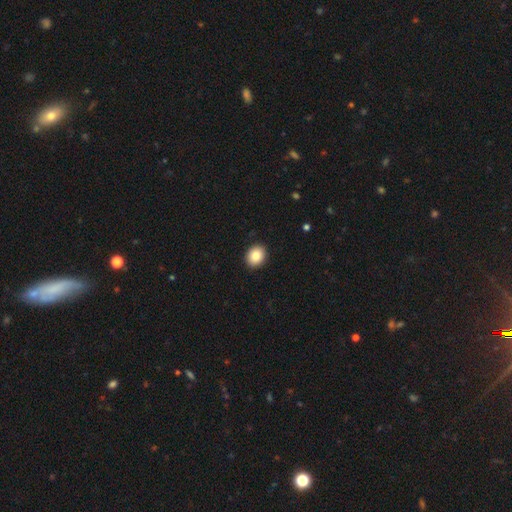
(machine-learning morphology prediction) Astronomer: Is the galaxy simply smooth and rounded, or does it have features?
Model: smooth — 85%.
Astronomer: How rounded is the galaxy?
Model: round — 61% (runner-up: in between, 38%).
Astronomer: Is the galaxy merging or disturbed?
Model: none — 92%.